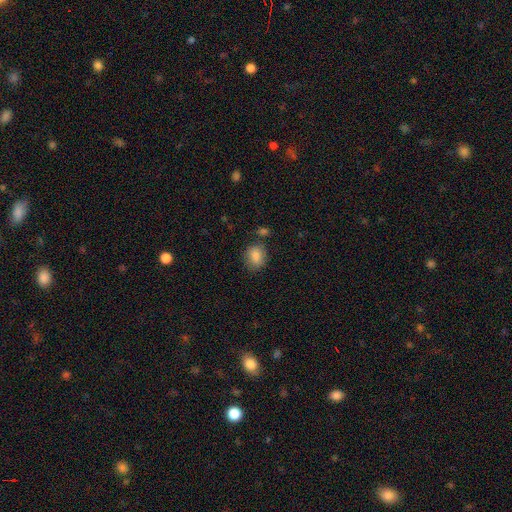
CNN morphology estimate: Smooth or featured? Predicted: smooth (p=0.86). How rounded? Predicted: in between (p=0.50). Merging? Predicted: none (p=0.69).